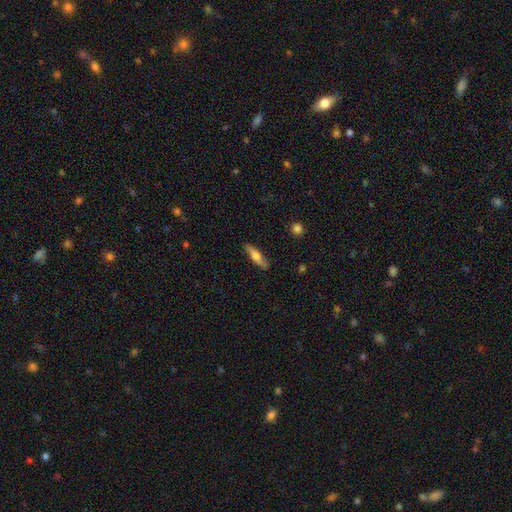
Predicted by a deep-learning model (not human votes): Overall: smooth (60%; featured or disk 34%). How rounded: cigar-shaped (70%). Merging: none (87%).